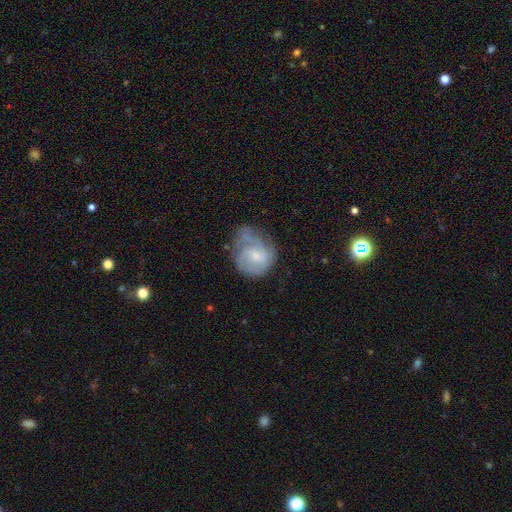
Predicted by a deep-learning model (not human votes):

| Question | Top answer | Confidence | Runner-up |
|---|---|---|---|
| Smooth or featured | featured or disk | 70% | smooth (24%) |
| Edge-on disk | no | 98% | yes (2%) |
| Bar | no | 55% | weak (40%) |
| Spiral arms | yes | 87% | no (13%) |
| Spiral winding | tight | 47% | medium (39%) |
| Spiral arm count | can't tell | 34% | 2 (25%) |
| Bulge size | small | 56% | moderate (32%) |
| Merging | none | 48% | minor disturbance (29%) |